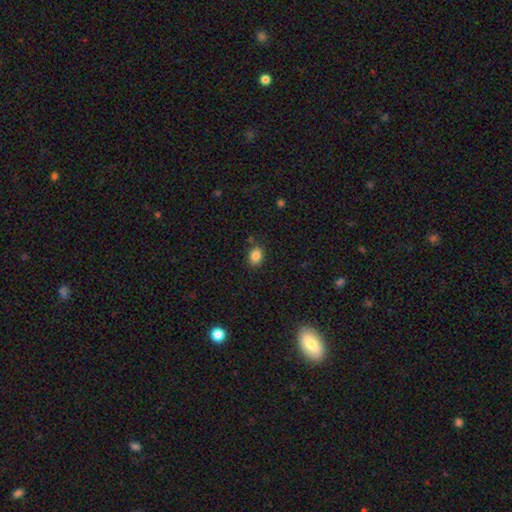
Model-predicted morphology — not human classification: Smooth or featured: smooth — 85% (star or artifact — 10%)
How rounded: in between — 65% (round — 33%)
Merging: none — 80% (minor disturbance — 13%)